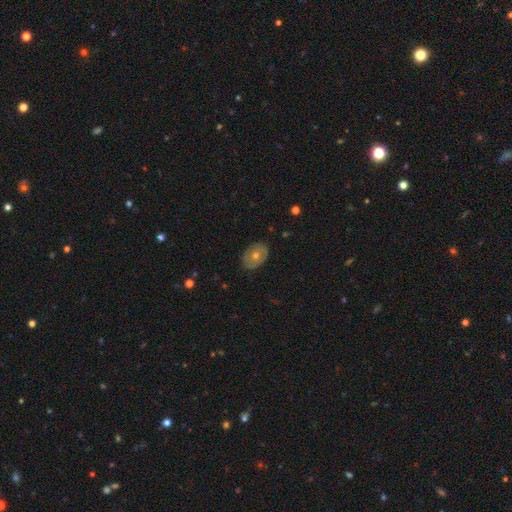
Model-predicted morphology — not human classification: featured or disk 46%, smooth 45%, star or artifact 9%. Down the decision tree: merging — none (84%).